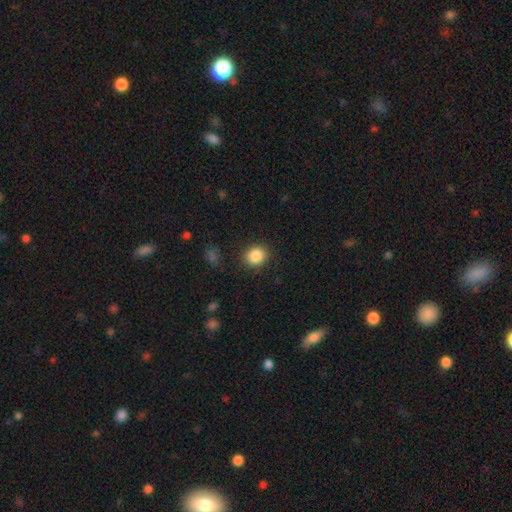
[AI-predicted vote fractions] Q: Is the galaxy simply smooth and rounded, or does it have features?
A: smooth — 87%.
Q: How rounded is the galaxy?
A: round — 78%.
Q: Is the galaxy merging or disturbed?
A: none — 87%.